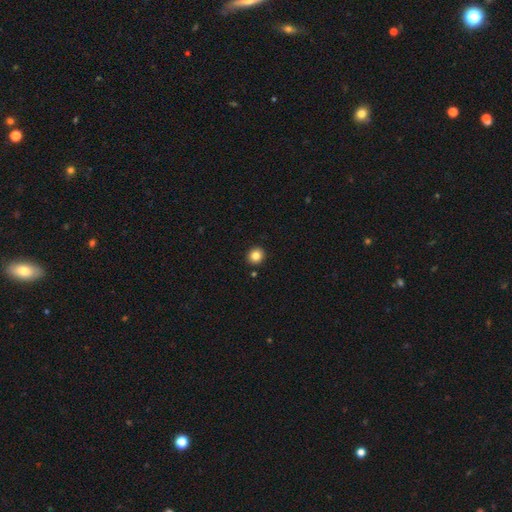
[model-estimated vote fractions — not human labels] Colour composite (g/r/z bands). It shows a smooth galaxy with no disk features (83%) that is round (88%). Merging: none (91%).